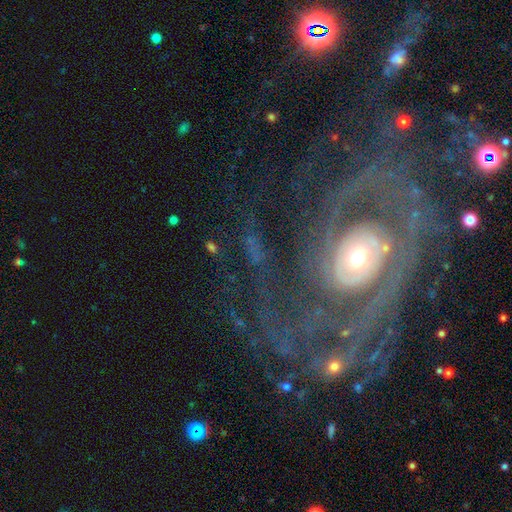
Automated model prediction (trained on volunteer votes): A featured or disk galaxy (89%) with no bar (66%), 2 (40%) tight (56%) spiral arms (96%) and a moderate central bulge (51%). Merging: none (64%).